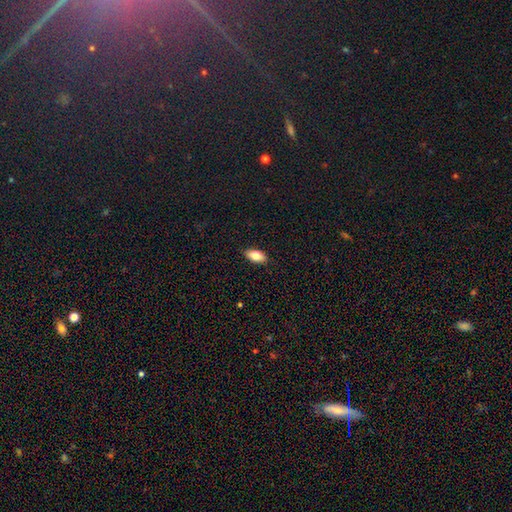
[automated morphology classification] Q: Smooth or featured?
A: smooth (83%); runner-up: featured or disk (10%)
Q: How rounded?
A: in between (91%); runner-up: cigar-shaped (6%)
Q: Merging?
A: none (89%); runner-up: minor disturbance (9%)